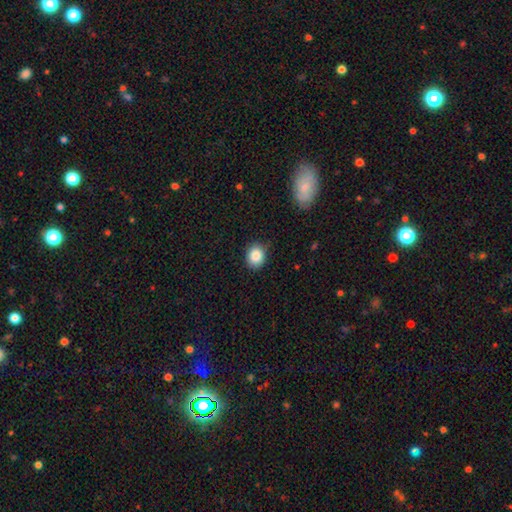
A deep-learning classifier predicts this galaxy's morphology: This is clearly a smooth galaxy (86%). How rounded: likely round (60%). Merging: clearly none (83%).